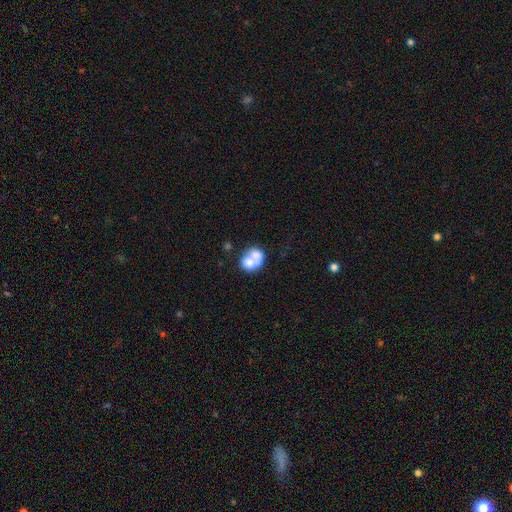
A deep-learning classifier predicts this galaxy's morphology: Smooth or featured? smooth (63%)
How rounded? round (57%)
Merging? merger (67%)